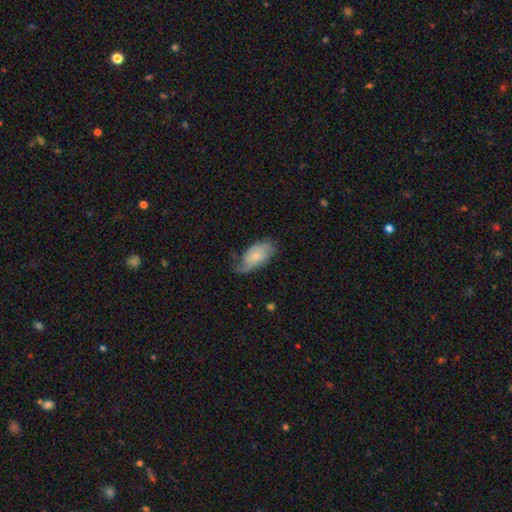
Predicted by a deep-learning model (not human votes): Smooth or featured?
  - featured or disk: 56% *
  - smooth: 38%
  - star or artifact: 7%
Edge-on disk?
  - no: 95% *
  - yes: 5%
Bar?
  - no: 74% *
  - weak: 23%
  - strong: 4%
Spiral arms?
  - yes: 86% *
  - no: 14%
Bulge size?
  - small: 61% *
  - moderate: 25%
  - none: 9%
  - large: 3%
  - dominant: 1%
Merging?
  - none: 48% *
  - minor disturbance: 31%
  - major disturbance: 20%
  - merger: 2%